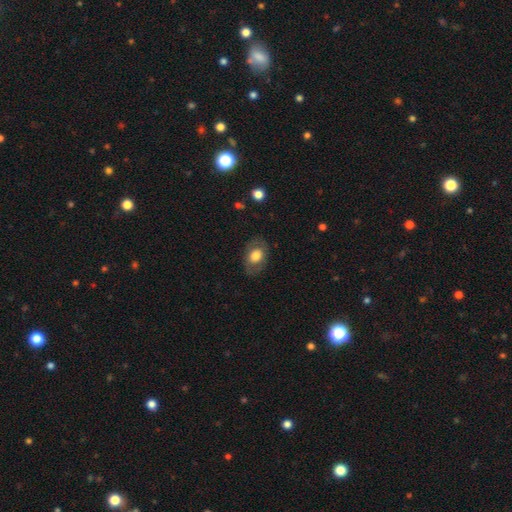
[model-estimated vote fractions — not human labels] A smooth galaxy with no disk features (64%) that is in between round and cigar-shaped (77%). Merging: none (78%).